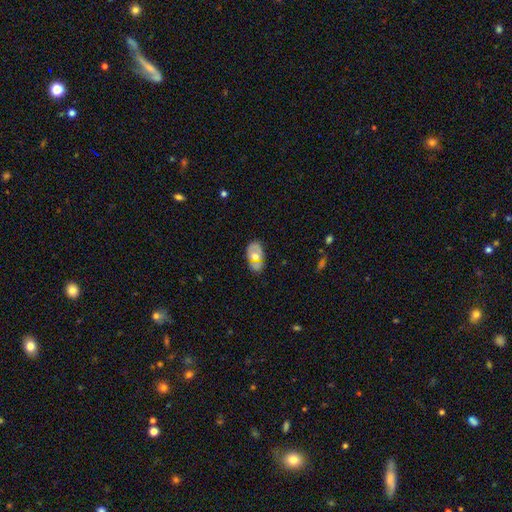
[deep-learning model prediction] A smooth galaxy with no disk features (51%) that is in between round and cigar-shaped (85%). Merging: none (70%).